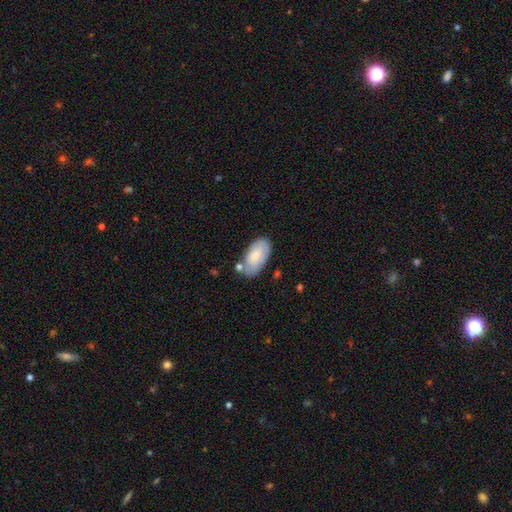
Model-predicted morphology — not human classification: type=smooth (73%); roundness=in between (95%); merging=none (66%).